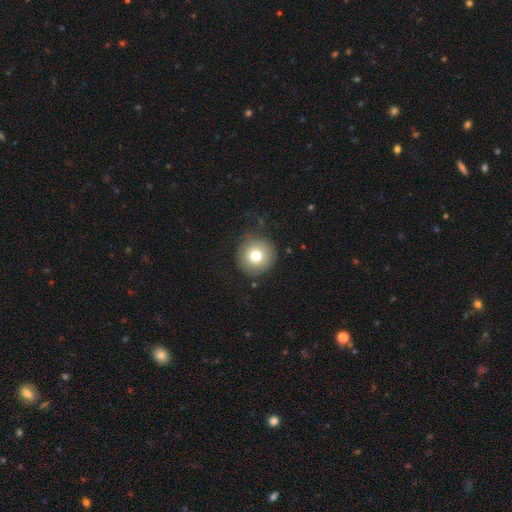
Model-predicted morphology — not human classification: type=smooth (75%); roundness=round (95%); merging=none (82%).